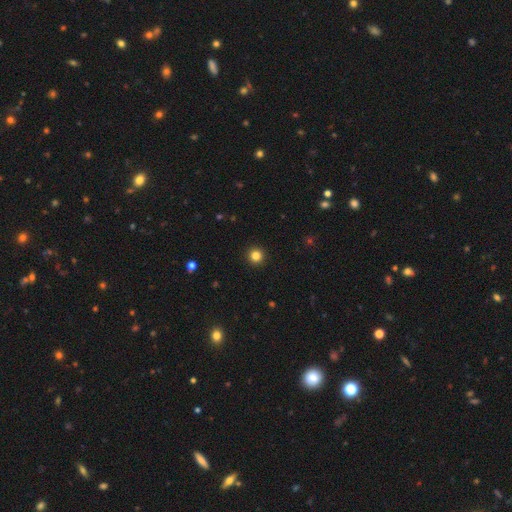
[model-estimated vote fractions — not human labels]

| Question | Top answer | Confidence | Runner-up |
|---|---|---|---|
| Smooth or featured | smooth | 83% | star or artifact (12%) |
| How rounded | round | 96% | in between (3%) |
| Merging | none | 94% | minor disturbance (4%) |